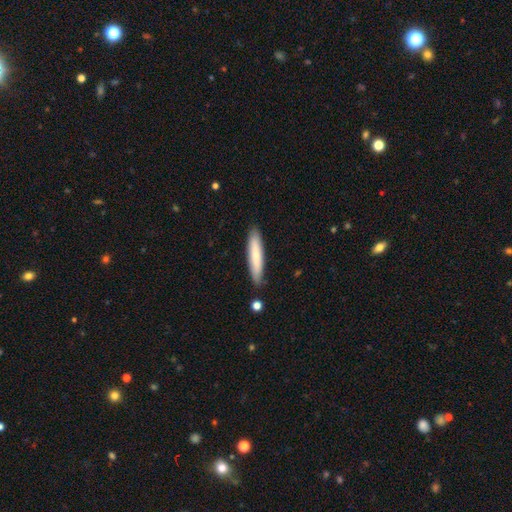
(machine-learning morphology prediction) The model was most divided on "smooth or featured": smooth: 71%, featured or disk: 24%, star or artifact: 6%. More confident: how rounded — cigar-shaped (86%); merging — none (86%).